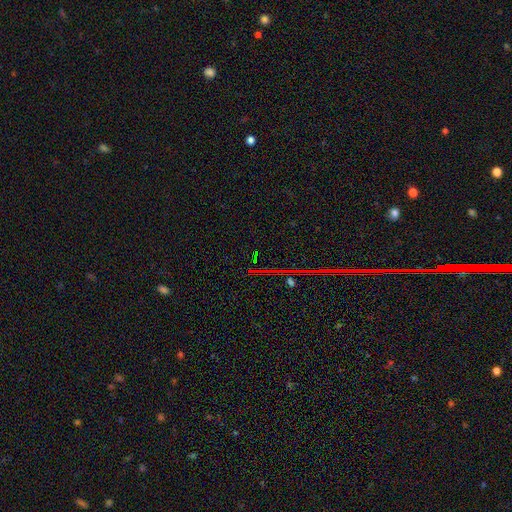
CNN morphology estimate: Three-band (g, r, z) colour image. It shows a star or artifact, not a galaxy (79%).